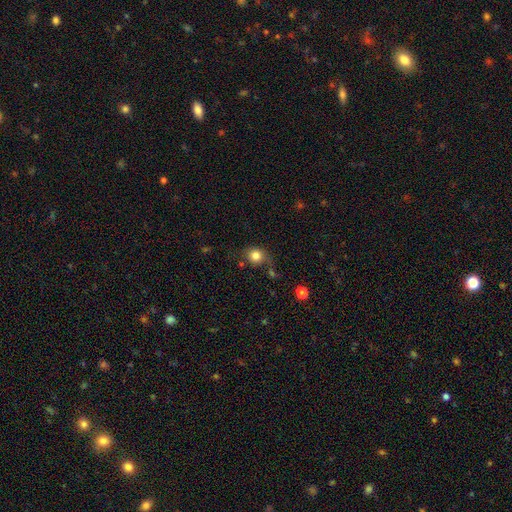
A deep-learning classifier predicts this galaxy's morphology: A smooth galaxy with no disk features (82%) that is round (80%).

Vote fractions:
- Smooth or featured? smooth: 82% / star or artifact: 11% / featured or disk: 7%
- How rounded? round: 80% / in between: 19% / cigar-shaped: 1%
- Merging? none: 68% / minor disturbance: 18% / merger: 7% / major disturbance: 7%